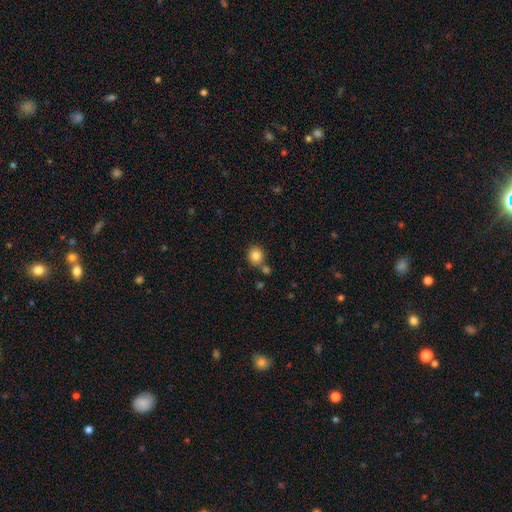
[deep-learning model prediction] smooth-or-featured: smooth: 85% | star or artifact: 10% | featured or disk: 6%
  how-rounded: round: 84% | in between: 15% | cigar-shaped: 1%
  merging: none: 68% | merger: 17% | minor disturbance: 11% | major disturbance: 3%